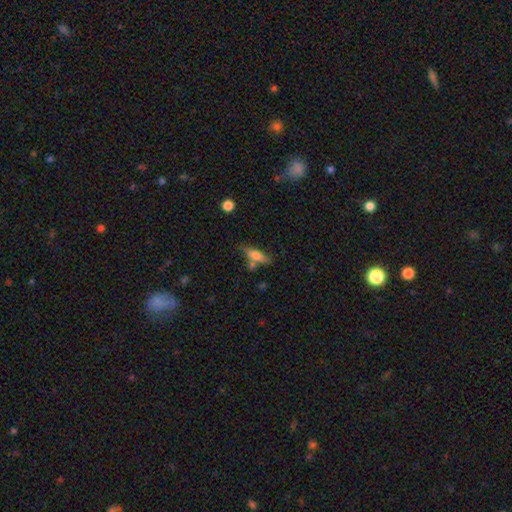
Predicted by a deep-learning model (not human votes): Smooth or featured? Predicted: smooth (p=0.68). How rounded? Predicted: in between (p=0.51). Merging? Predicted: none (p=0.58).